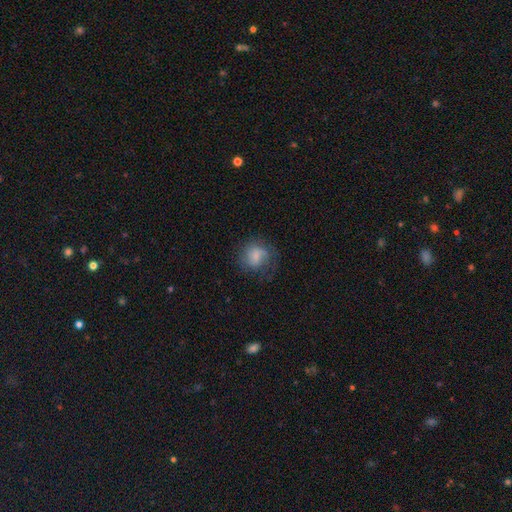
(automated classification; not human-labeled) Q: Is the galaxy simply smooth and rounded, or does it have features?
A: smooth — 62%.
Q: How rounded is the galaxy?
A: round — 79%.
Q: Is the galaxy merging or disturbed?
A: none — 61%.